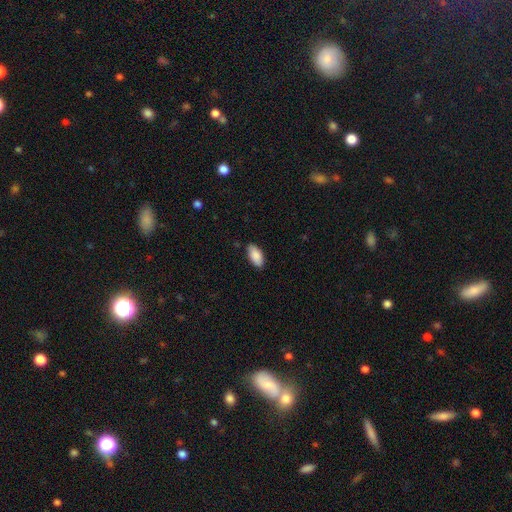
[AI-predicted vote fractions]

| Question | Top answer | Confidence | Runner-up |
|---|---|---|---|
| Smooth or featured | smooth | 88% | star or artifact (6%) |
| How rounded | in between | 93% | cigar-shaped (5%) |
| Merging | none | 84% | minor disturbance (12%) |